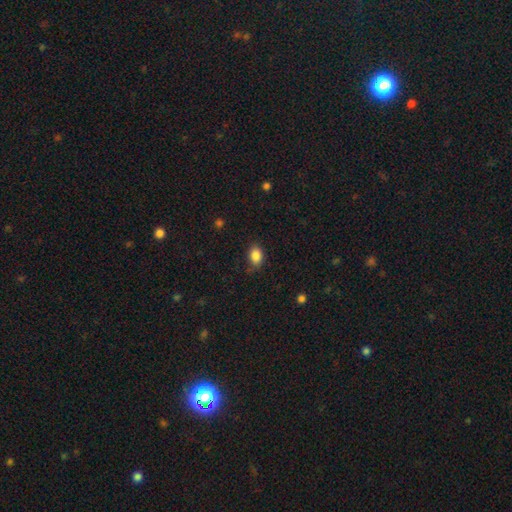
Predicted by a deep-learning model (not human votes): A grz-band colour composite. It shows a smooth galaxy with no disk features (87%) that is in between round and cigar-shaped (79%). Merging: none (77%).